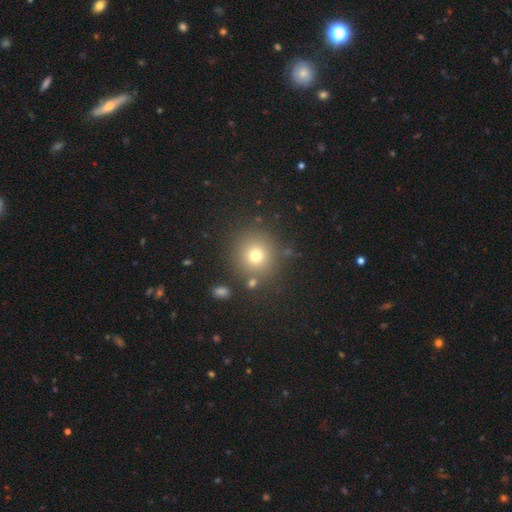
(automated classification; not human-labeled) smooth-or-featured: smooth: 73% | star or artifact: 17% | featured or disk: 10%
  how-rounded: round: 91% | in between: 8% | cigar-shaped: 1%
  merging: none: 83% | minor disturbance: 8% | merger: 5% | major disturbance: 4%